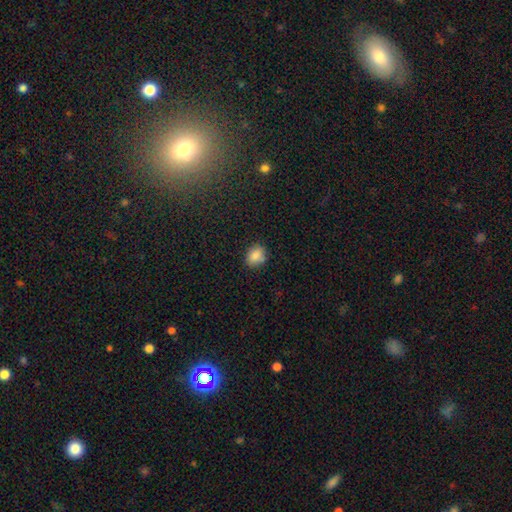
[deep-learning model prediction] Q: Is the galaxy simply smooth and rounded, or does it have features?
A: smooth — 86%.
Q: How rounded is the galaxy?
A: in between — 50%.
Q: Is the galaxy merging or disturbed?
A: none — 81%.